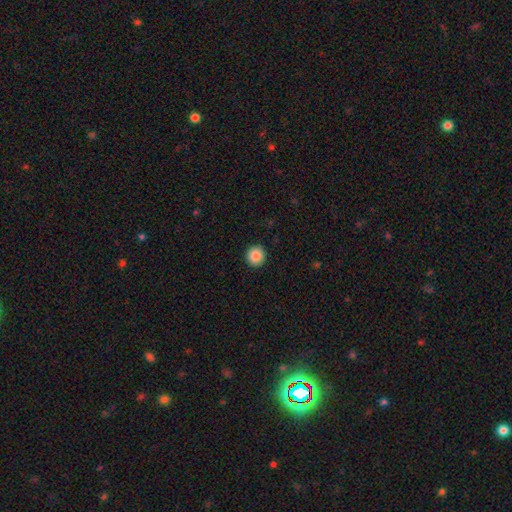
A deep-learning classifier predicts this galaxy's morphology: A smooth galaxy with no disk features (87%) that is round (94%). Merging: none (93%).